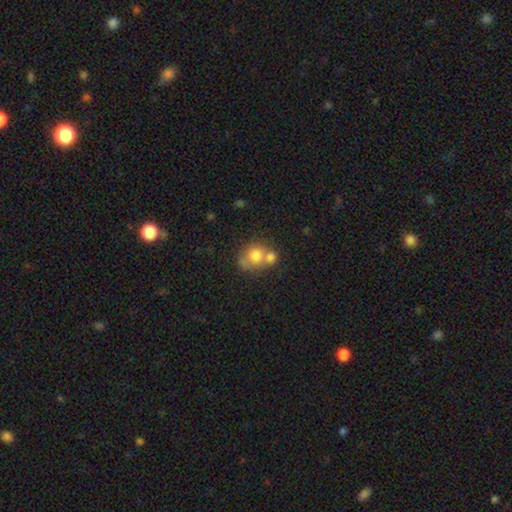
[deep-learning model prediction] Smooth or featured: smooth — 72% (featured or disk — 18%)
How rounded: round — 69% (in between — 30%)
Merging: merger — 52% (none — 32%)